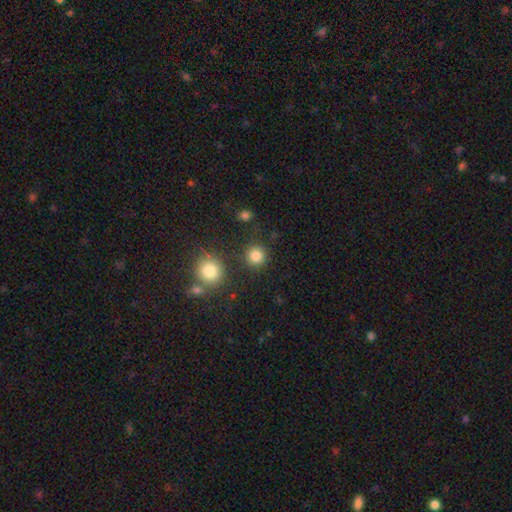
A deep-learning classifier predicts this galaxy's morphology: smooth 83%, star or artifact 13%, featured or disk 4%. Down the decision tree: how rounded — round (92%); merging — none (84%).